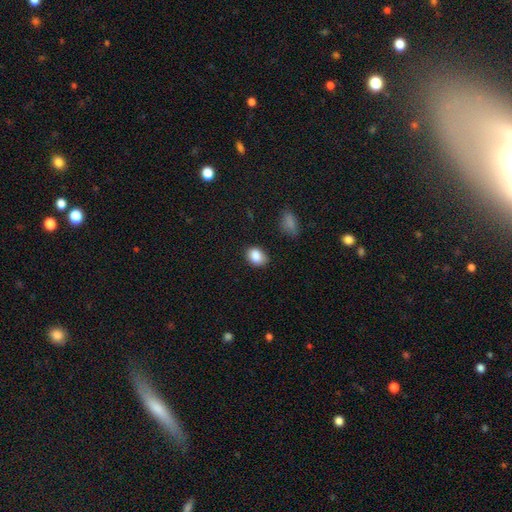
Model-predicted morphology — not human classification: Smooth or featured? Predicted: smooth (p=0.85). How rounded? Predicted: in between (p=0.67). Merging? Predicted: none (p=0.74).